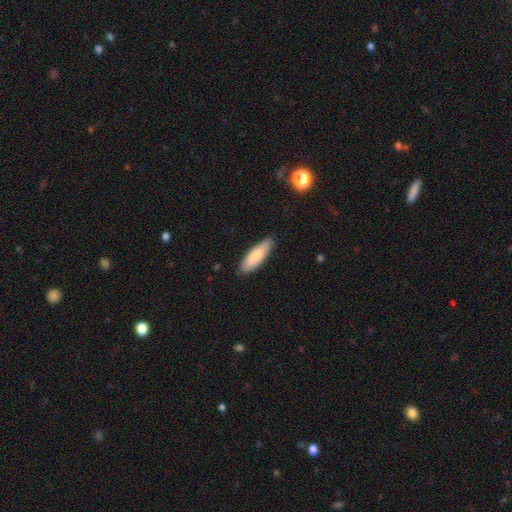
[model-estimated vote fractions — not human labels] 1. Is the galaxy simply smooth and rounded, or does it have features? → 84% smooth, 10% featured or disk, 5% star or artifact.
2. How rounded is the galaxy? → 54% in between, 45% cigar-shaped, 1% round.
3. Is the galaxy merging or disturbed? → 86% none, 12% minor disturbance, 2% major disturbance, 1% merger.